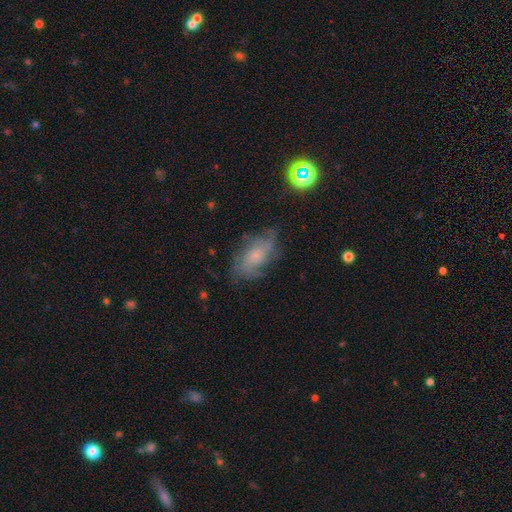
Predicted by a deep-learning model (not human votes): Smooth or featured? featured or disk (61%)
Edge-on disk? no (94%)
Bar? no (76%)
Spiral arms? yes (83%)
Bulge size? small (58%)
Merging? none (65%)